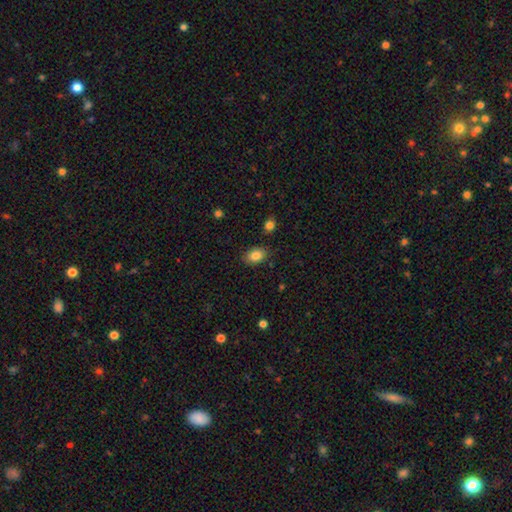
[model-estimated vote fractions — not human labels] Q: Smooth or featured?
A: smooth (84%); runner-up: star or artifact (9%)
Q: How rounded?
A: in between (81%); runner-up: round (18%)
Q: Merging?
A: none (84%); runner-up: minor disturbance (11%)